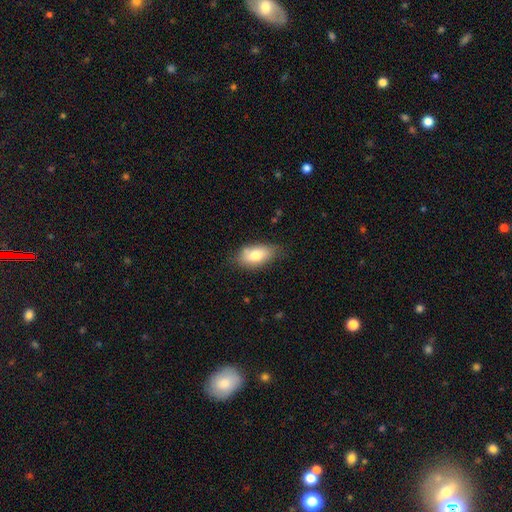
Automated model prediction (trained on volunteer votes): A smooth galaxy with no disk features (76%) that is in between round and cigar-shaped (90%). Merging: none (70%).